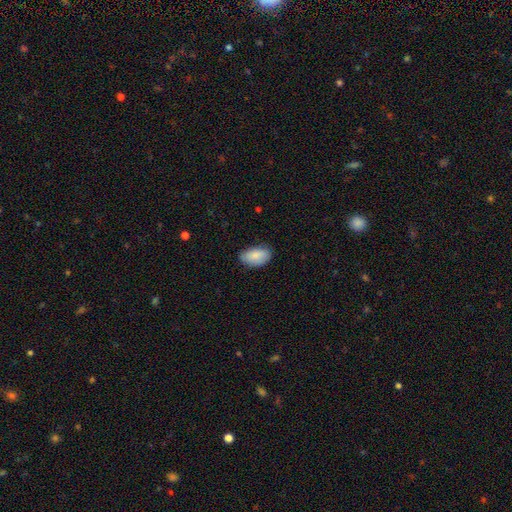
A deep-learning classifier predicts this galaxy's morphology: A smooth galaxy with no disk features (85%) that is in between round and cigar-shaped (94%).

Vote fractions:
- Smooth or featured? smooth: 85% / featured or disk: 9% / star or artifact: 6%
- How rounded? in between: 94% / round: 4% / cigar-shaped: 2%
- Merging? none: 78% / minor disturbance: 18% / major disturbance: 3% / merger: 1%